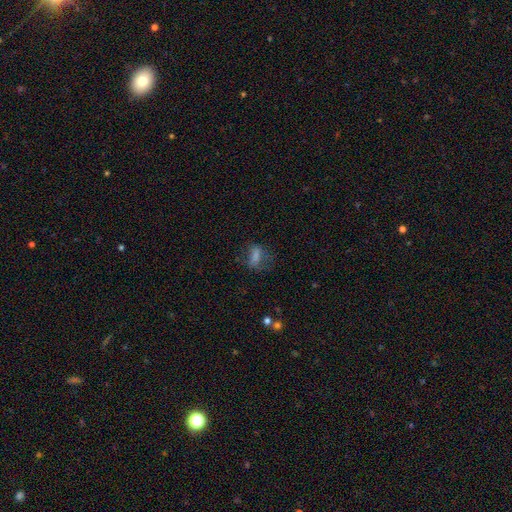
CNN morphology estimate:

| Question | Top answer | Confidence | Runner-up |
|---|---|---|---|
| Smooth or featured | smooth | 52% | featured or disk (26%) |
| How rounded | in between | 60% | cigar-shaped (22%) |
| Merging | none | 56% | minor disturbance (21%) |